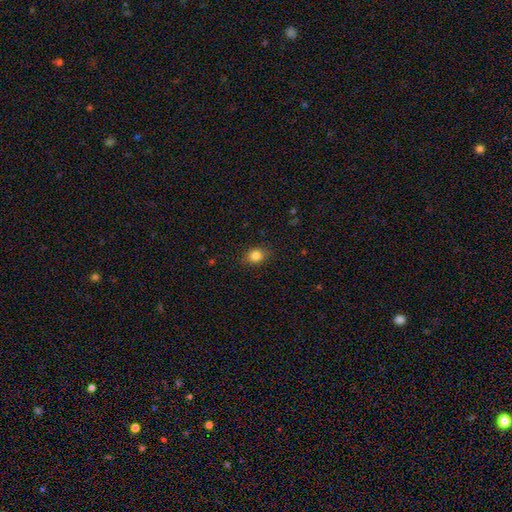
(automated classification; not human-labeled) Overall: smooth (84%). How rounded: round (51%; in between 48%). Merging: none (85%).